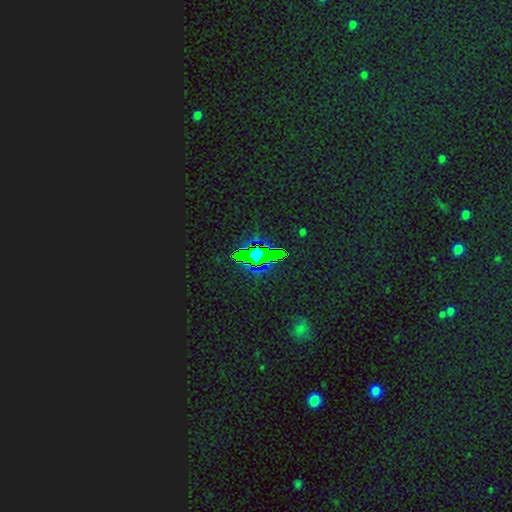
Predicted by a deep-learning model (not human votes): The model was most divided on "smooth or featured": star or artifact: 76%, smooth: 13%, featured or disk: 12%.